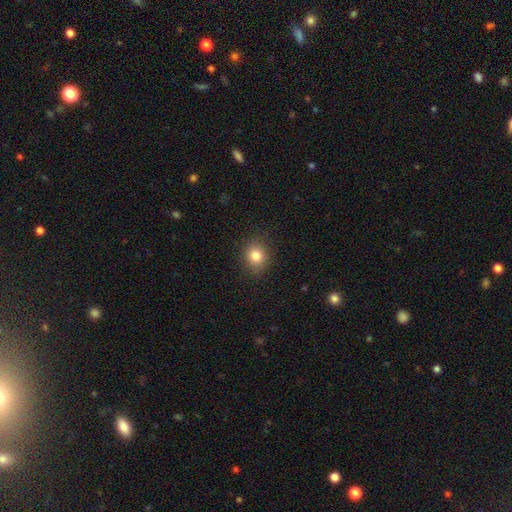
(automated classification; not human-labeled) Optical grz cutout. It shows a smooth galaxy with no disk features (82%) that is round (70%). Merging: none (89%).